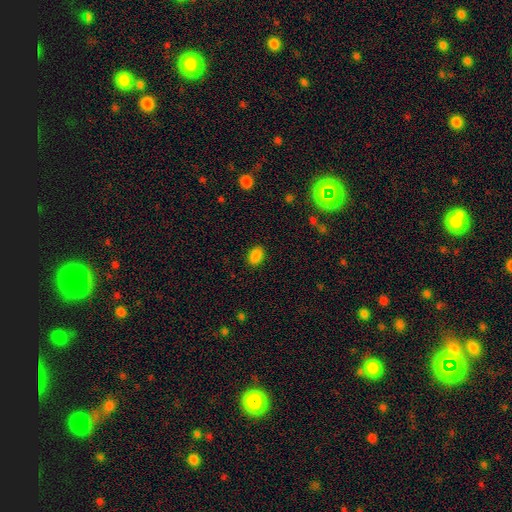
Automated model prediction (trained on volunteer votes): Smooth or featured?
  - smooth: 87% *
  - star or artifact: 10%
  - featured or disk: 3%
How rounded?
  - in between: 84% *
  - round: 15%
  - cigar-shaped: 1%
Merging?
  - none: 88% *
  - minor disturbance: 9%
  - major disturbance: 3%
  - merger: 1%